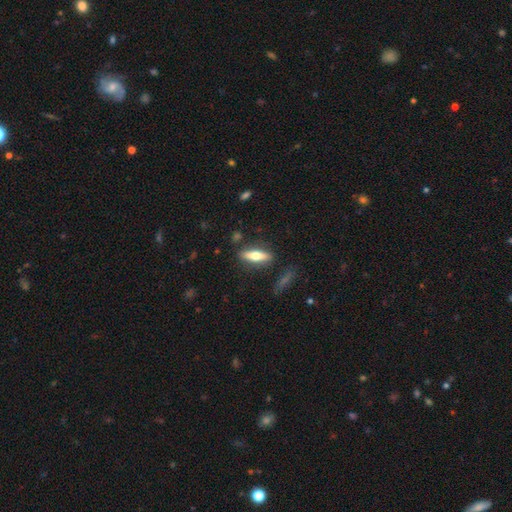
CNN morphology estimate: Smooth or featured? smooth (53%)
How rounded? cigar-shaped (55%)
Merging? none (83%)